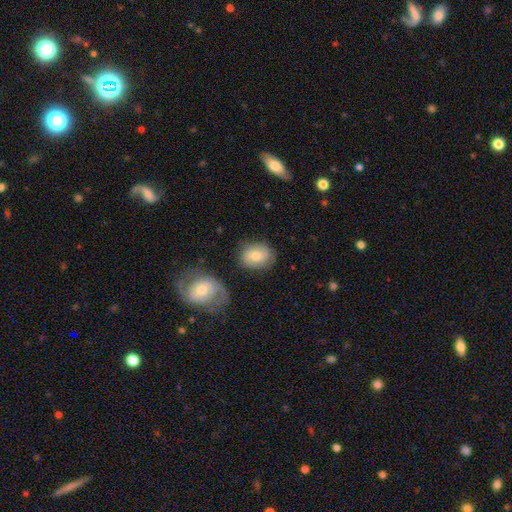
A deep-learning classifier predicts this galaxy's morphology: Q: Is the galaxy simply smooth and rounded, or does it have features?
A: smooth — 70%.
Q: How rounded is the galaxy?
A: round — 51%.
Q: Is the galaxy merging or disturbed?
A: none — 76%.